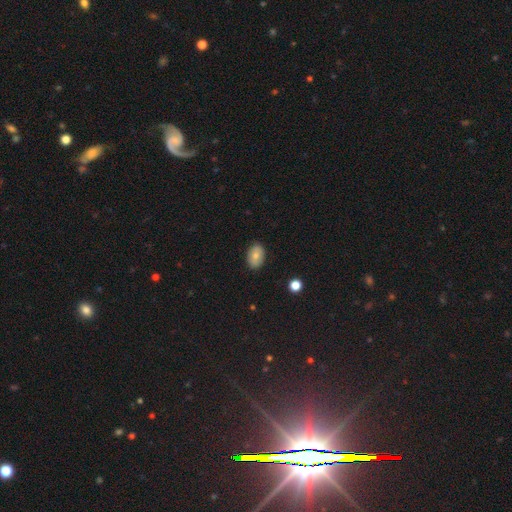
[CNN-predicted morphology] smooth-or-featured: smooth: 75% | featured or disk: 16% | star or artifact: 8%
  how-rounded: in between: 86% | round: 13% | cigar-shaped: 1%
  merging: none: 86% | minor disturbance: 10% | major disturbance: 2% | merger: 1%